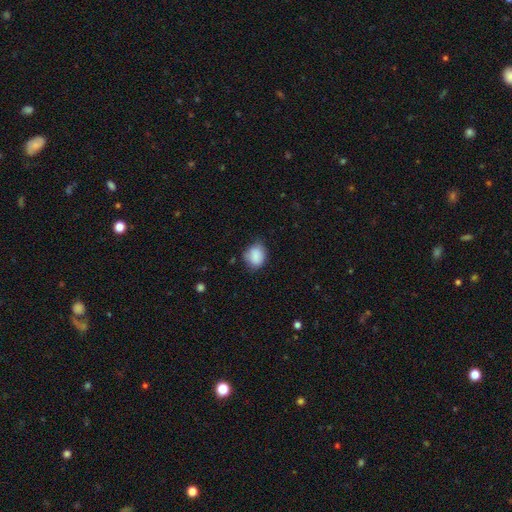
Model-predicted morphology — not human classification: Q: Smooth or featured?
A: smooth (87%); runner-up: star or artifact (8%)
Q: How rounded?
A: round (55%); runner-up: in between (44%)
Q: Merging?
A: none (66%); runner-up: minor disturbance (27%)